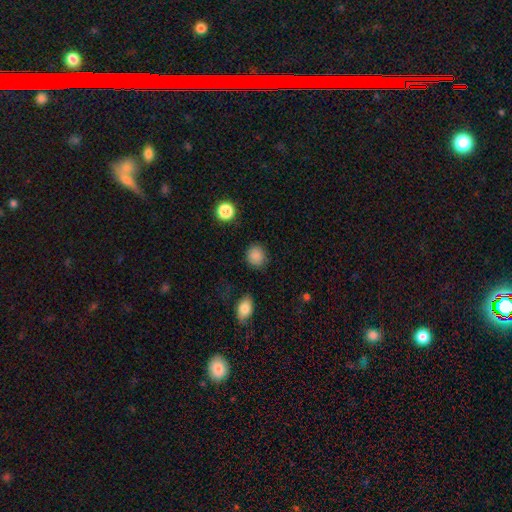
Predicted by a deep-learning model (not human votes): Smooth or featured? smooth (87%)
How rounded? round (83%)
Merging? none (87%)